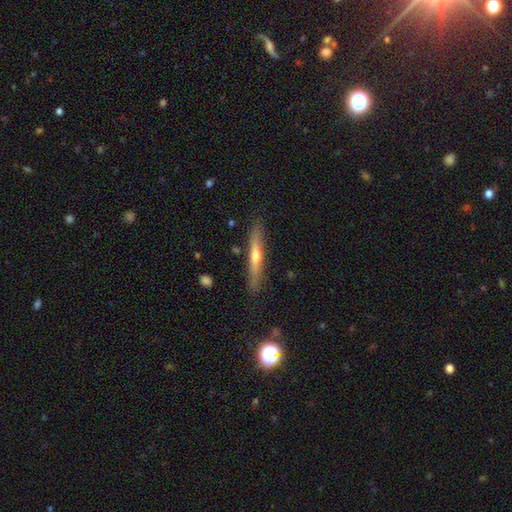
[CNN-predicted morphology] Smooth or featured? featured or disk (57%)
Edge-on disk? yes (94%)
Edge-on bulge? rounded (77%)
Merging? none (87%)